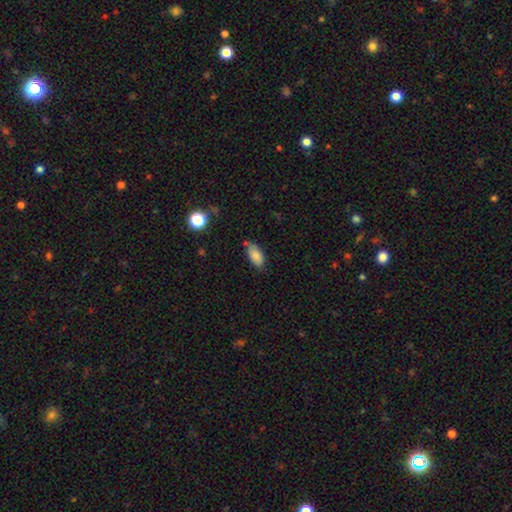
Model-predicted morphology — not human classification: type=smooth (84%); roundness=in between (91%); merging=none (59%).